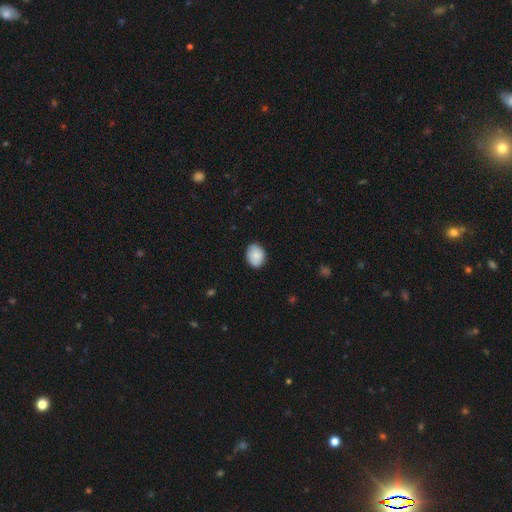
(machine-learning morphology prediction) type=smooth (86%); roundness=in between (61%); merging=none (84%).